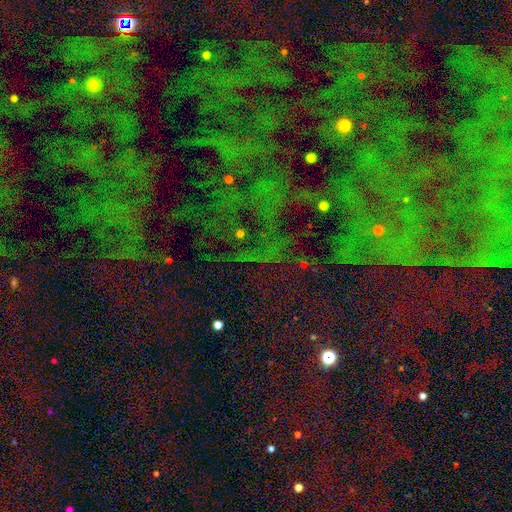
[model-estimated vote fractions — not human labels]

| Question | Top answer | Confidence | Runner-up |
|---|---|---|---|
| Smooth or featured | star or artifact | 83% | smooth (9%) |